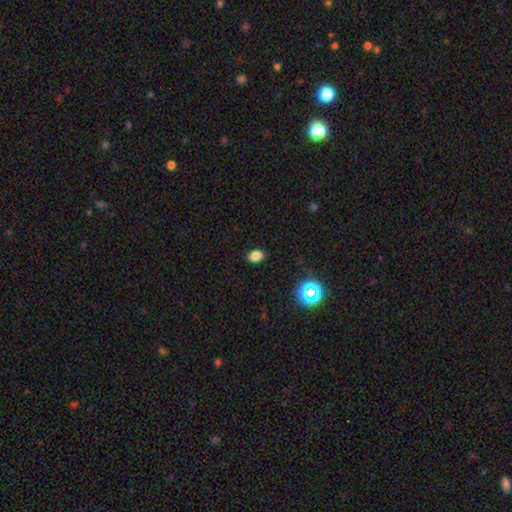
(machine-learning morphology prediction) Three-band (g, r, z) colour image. It shows a smooth galaxy with no disk features (82%) that is in between round and cigar-shaped (78%). Merging: none (89%).